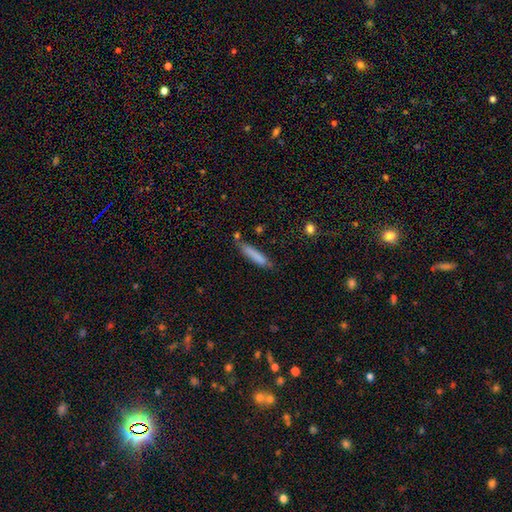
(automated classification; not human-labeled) smooth_or_featured: smooth (p=0.80) [alt: featured or disk p=0.14]
how_rounded: cigar-shaped (p=0.89) [alt: in between p=0.10]
merging: none (p=0.71) [alt: minor disturbance p=0.19]